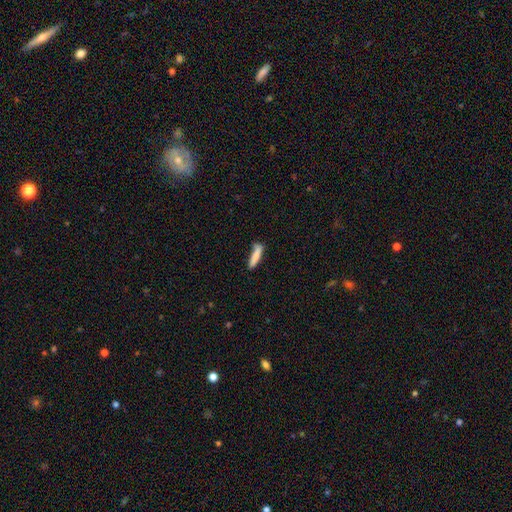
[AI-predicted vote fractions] smooth-or-featured: smooth: 79% | featured or disk: 15% | star or artifact: 6%
  how-rounded: cigar-shaped: 86% | in between: 13% | round: 1%
  merging: none: 69% | minor disturbance: 21% | major disturbance: 5% | merger: 5%